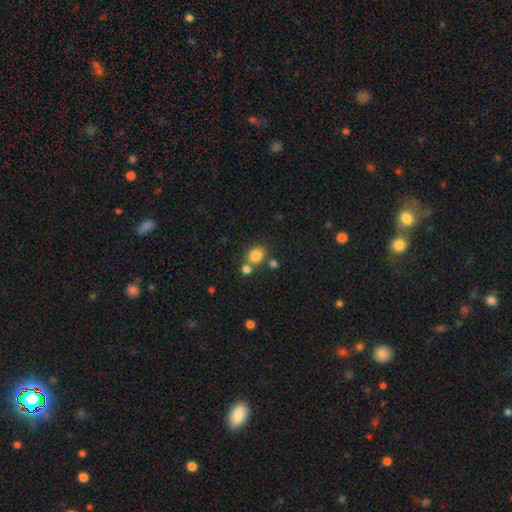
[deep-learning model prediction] This is clearly a smooth galaxy (83%). How rounded: likely round (70%). Merging: likely none (64%).